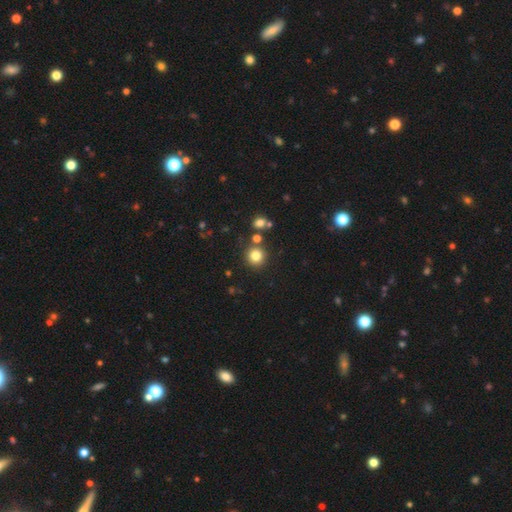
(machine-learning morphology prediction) Smooth or featured? Predicted: smooth (p=0.80). How rounded? Predicted: round (p=0.93). Merging? Predicted: none (p=0.82).